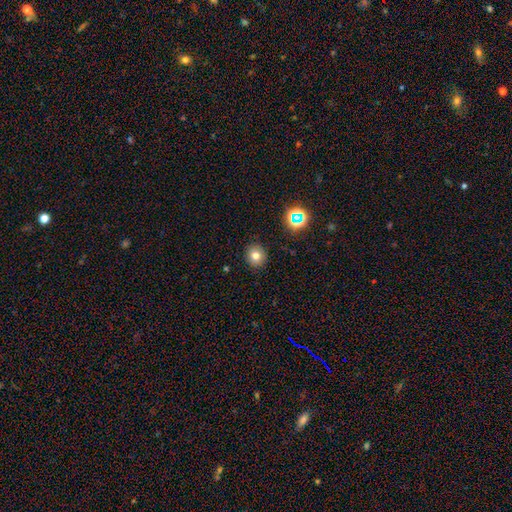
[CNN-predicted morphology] Overall: smooth (75%). How rounded: round (85%). Merging: none (90%).